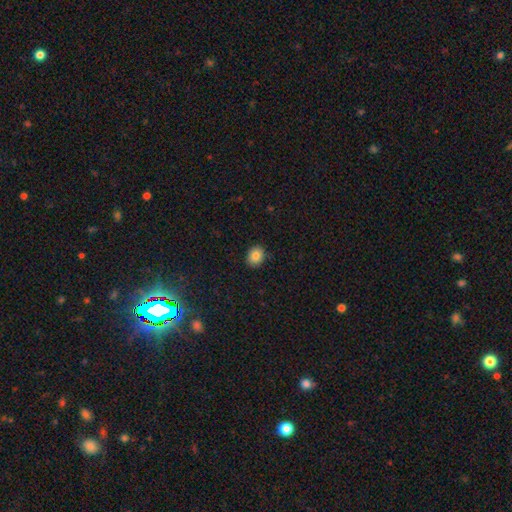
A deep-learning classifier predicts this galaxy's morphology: Overall: smooth (83%). How rounded: round (50%, tied with in between). Merging: none (88%).